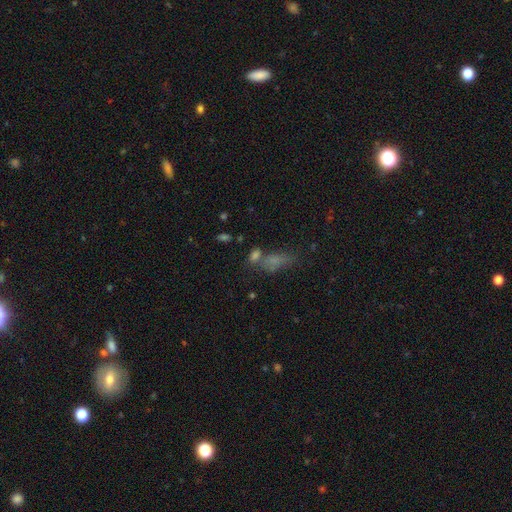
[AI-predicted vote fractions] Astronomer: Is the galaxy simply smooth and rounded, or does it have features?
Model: smooth — 70%.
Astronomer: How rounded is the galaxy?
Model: in between — 76%.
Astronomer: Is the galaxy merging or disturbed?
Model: none — 42% (runner-up: merger, 33%).